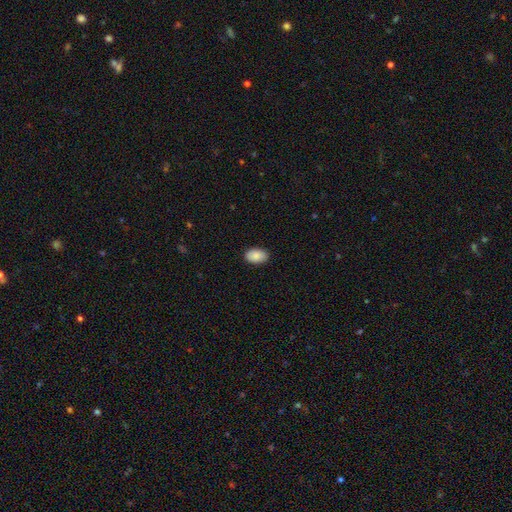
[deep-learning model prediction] The model was most divided on "merging": none: 89%, minor disturbance: 8%, major disturbance: 2%, merger: 1%. More confident: how rounded — in between (92%); smooth or featured — smooth (90%).